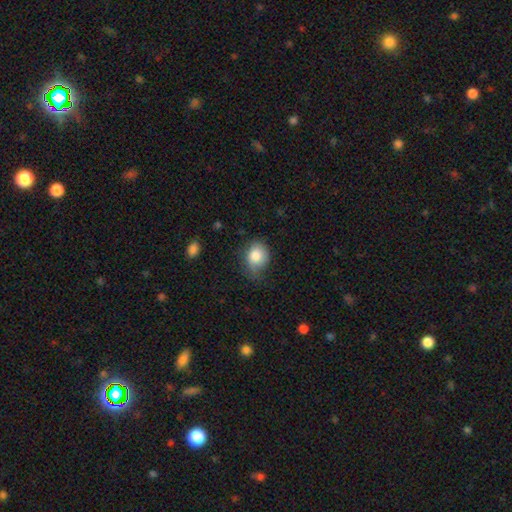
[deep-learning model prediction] Q: Smooth or featured?
A: smooth (84%); runner-up: featured or disk (8%)
Q: How rounded?
A: round (53%); runner-up: in between (47%)
Q: Merging?
A: none (51%); runner-up: minor disturbance (36%)